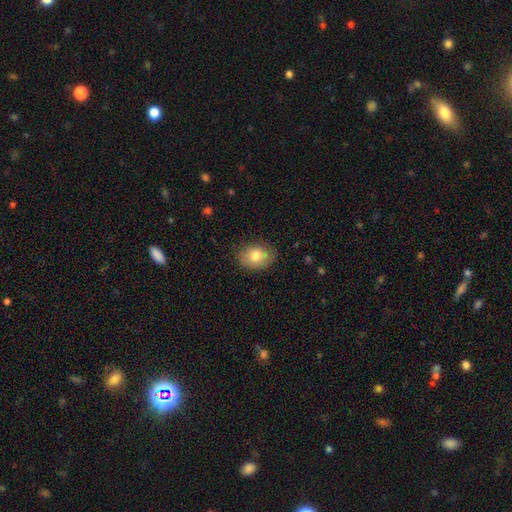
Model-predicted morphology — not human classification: type=smooth (79%); roundness=in between (69%); merging=none (82%).